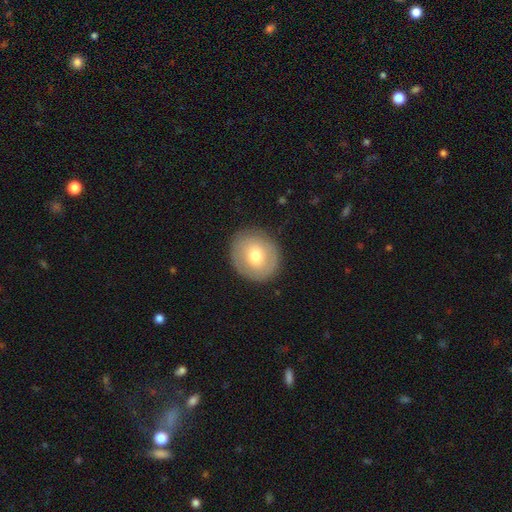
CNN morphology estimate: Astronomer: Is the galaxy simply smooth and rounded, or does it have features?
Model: smooth — 64%.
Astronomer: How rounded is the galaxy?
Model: round — 82%.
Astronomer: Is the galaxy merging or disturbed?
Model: none — 86%.